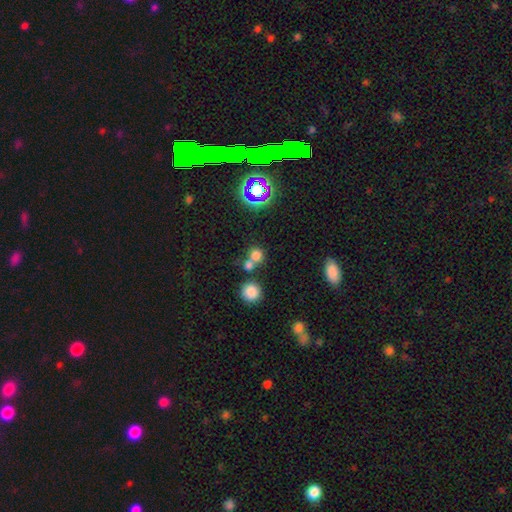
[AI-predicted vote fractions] Q: Smooth or featured?
A: smooth (71%); runner-up: star or artifact (20%)
Q: How rounded?
A: round (86%); runner-up: in between (13%)
Q: Merging?
A: none (51%); runner-up: merger (38%)